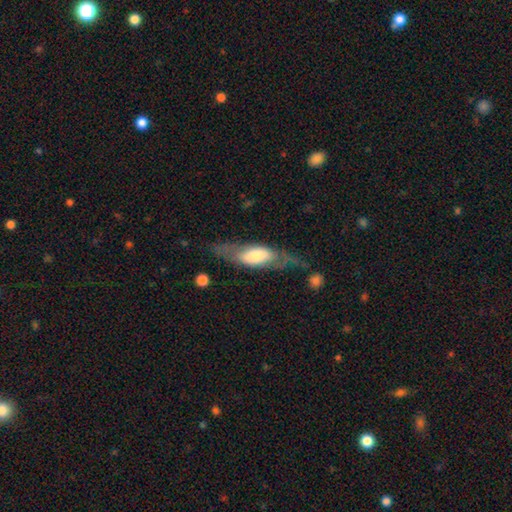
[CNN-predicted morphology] Q: Smooth or featured?
A: featured or disk (49%); runner-up: smooth (45%)
Q: Merging?
A: none (58%); runner-up: minor disturbance (22%)